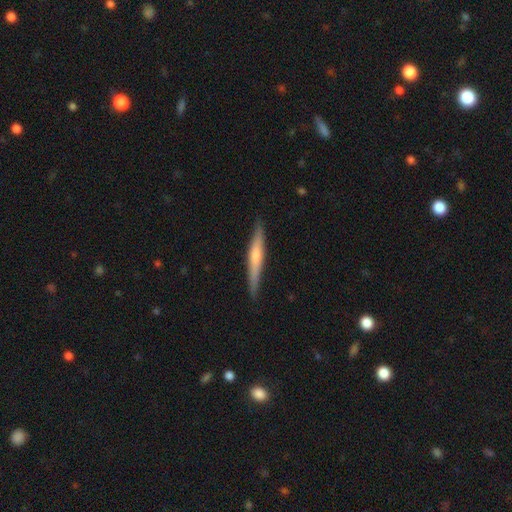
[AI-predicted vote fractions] Overall: featured or disk (64%; smooth 30%). Edge-on disk: yes (97%). Edge-on bulge: rounded (71%). Merging: none (89%).